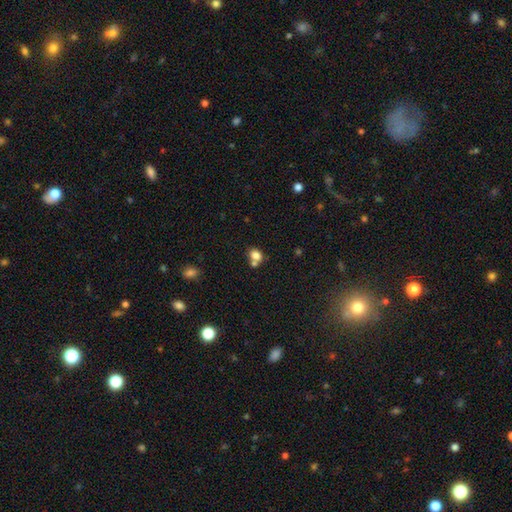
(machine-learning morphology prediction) The model was most divided on "how rounded": in between: 54%, round: 45%, cigar-shaped: 1%. Remaining: smooth or featured — smooth (80%); merging — none (47%).